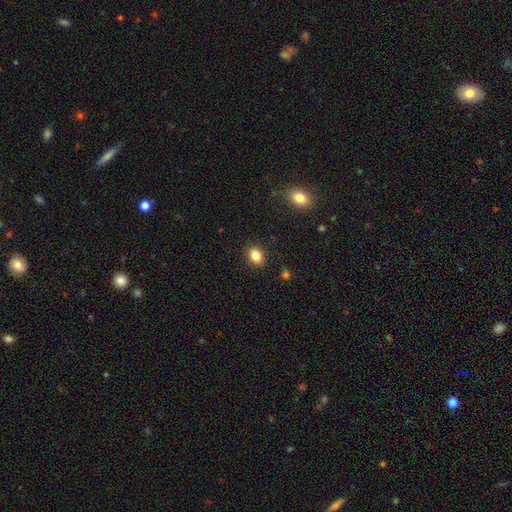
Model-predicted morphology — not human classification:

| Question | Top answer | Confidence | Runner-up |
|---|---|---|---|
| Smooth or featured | smooth | 84% | star or artifact (10%) |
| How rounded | in between | 71% | round (27%) |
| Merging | none | 88% | minor disturbance (8%) |